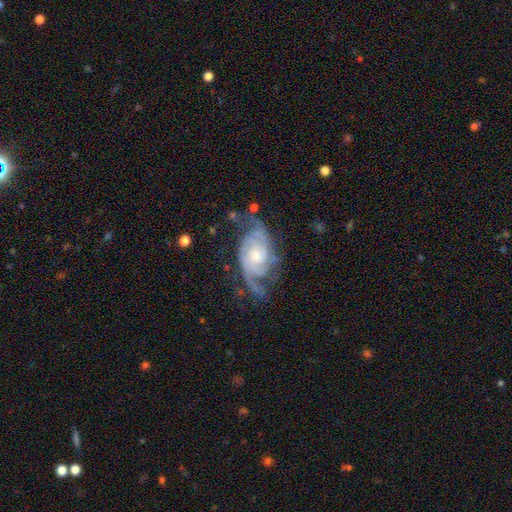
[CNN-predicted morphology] Smooth or featured: featured or disk — 89% (smooth — 6%)
Edge-on disk: no — 96% (yes — 4%)
Bar: no — 69% (weak — 25%)
Spiral arms: yes — 97% (no — 3%)
Spiral winding: tight — 49% (medium — 38%)
Spiral arm count: 2 — 48% (3 — 22%)
Bulge size: small — 48% (moderate — 46%)
Merging: none — 61% (minor disturbance — 22%)